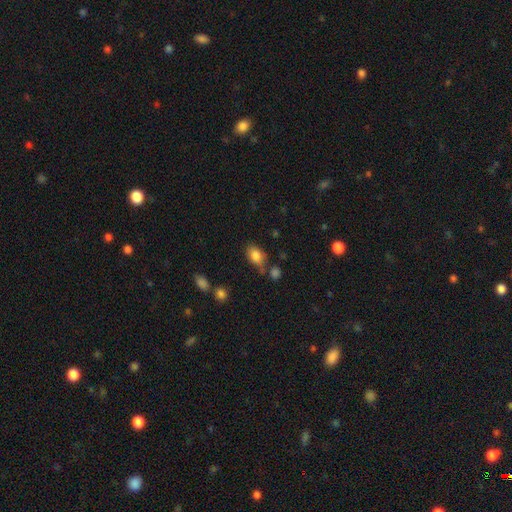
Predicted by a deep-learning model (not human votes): A smooth galaxy with no disk features (82%) that is in between round and cigar-shaped (81%). Merging: none (62%).